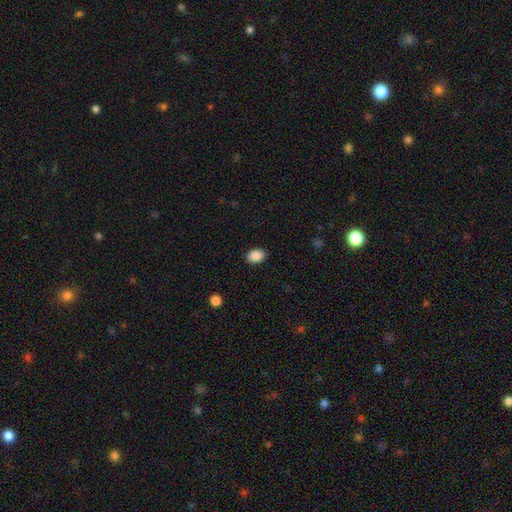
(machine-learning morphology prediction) This appears to be a smooth galaxy with no disk features (90%) that is in between round and cigar-shaped (77%). Merging: none (89%).